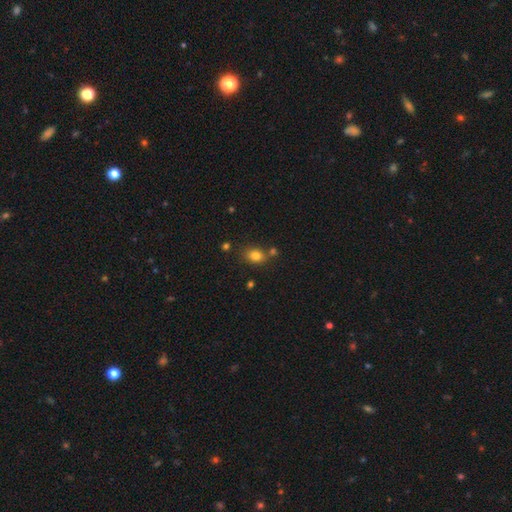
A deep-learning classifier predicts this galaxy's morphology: This appears to be a smooth galaxy with no disk features (80%) that is in between round and cigar-shaped (58%). Merging: none (69%).